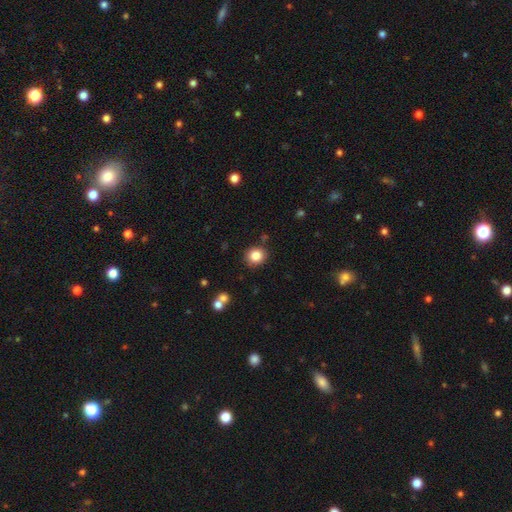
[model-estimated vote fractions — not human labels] Smooth or featured?
  - smooth: 84% *
  - star or artifact: 10%
  - featured or disk: 6%
How rounded?
  - round: 85% *
  - in between: 14%
  - cigar-shaped: 1%
Merging?
  - none: 86% *
  - minor disturbance: 8%
  - merger: 3%
  - major disturbance: 2%